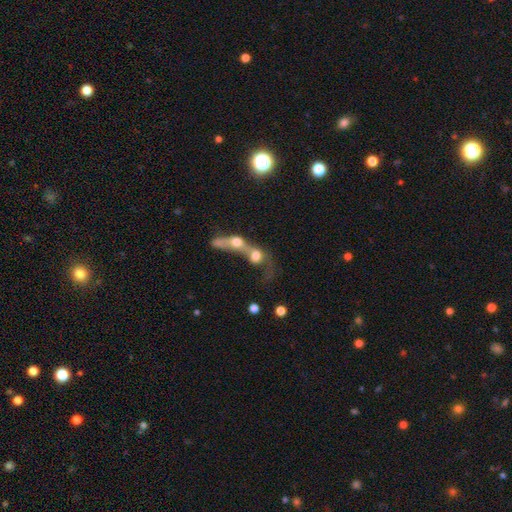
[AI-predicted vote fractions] A smooth galaxy with no disk features (56%) that is round (51%). Merging: merger (83%).